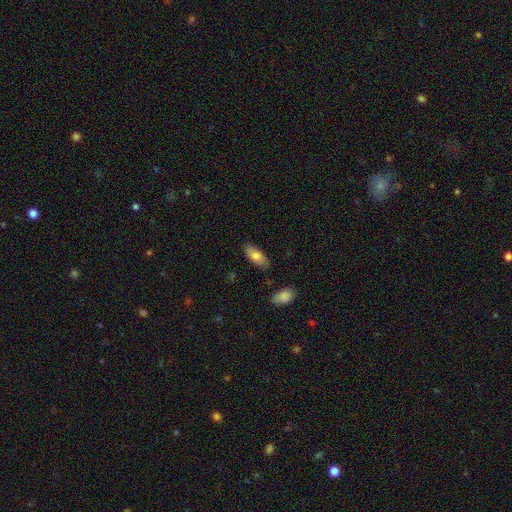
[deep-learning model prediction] A smooth galaxy with no disk features (78%) that is in between round and cigar-shaped (85%).

Vote fractions:
- Smooth or featured? smooth: 78% / featured or disk: 15% / star or artifact: 7%
- How rounded? in between: 85% / cigar-shaped: 13% / round: 2%
- Merging? none: 83% / minor disturbance: 13% / major disturbance: 2% / merger: 2%